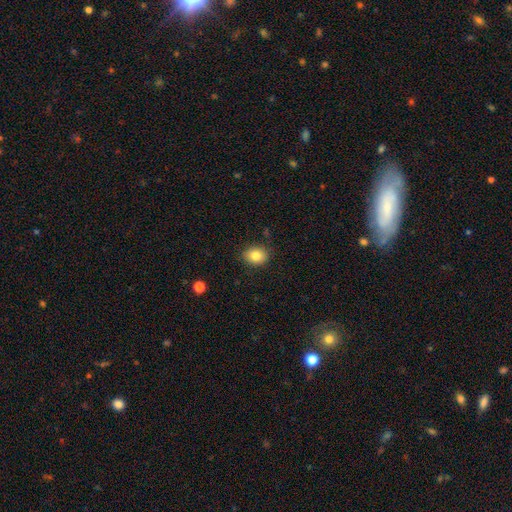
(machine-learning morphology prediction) smooth-or-featured: smooth: 83% | star or artifact: 9% | featured or disk: 7%
  how-rounded: in between: 50% | round: 49% | cigar-shaped: 1%
  merging: none: 86% | minor disturbance: 11% | major disturbance: 2% | merger: 1%